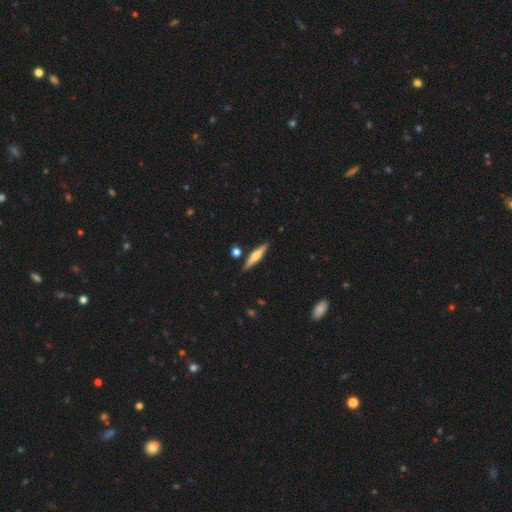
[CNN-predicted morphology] Smooth or featured?
  - smooth: 49% *
  - featured or disk: 45%
  - star or artifact: 6%
Merging?
  - none: 86% *
  - minor disturbance: 8%
  - merger: 4%
  - major disturbance: 2%